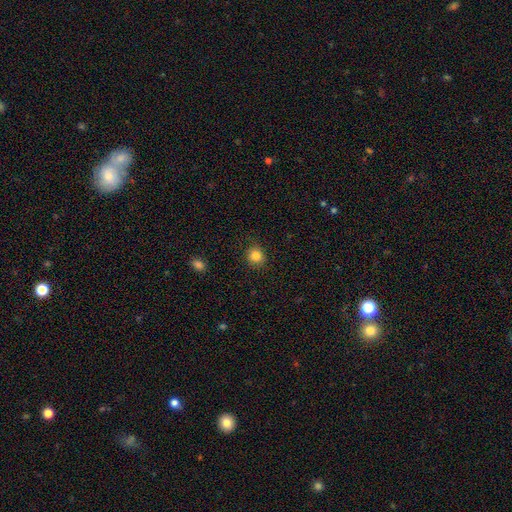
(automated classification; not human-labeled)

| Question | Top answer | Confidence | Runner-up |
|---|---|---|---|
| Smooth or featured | smooth | 84% | star or artifact (11%) |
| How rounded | round | 84% | in between (15%) |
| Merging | none | 88% | minor disturbance (9%) |